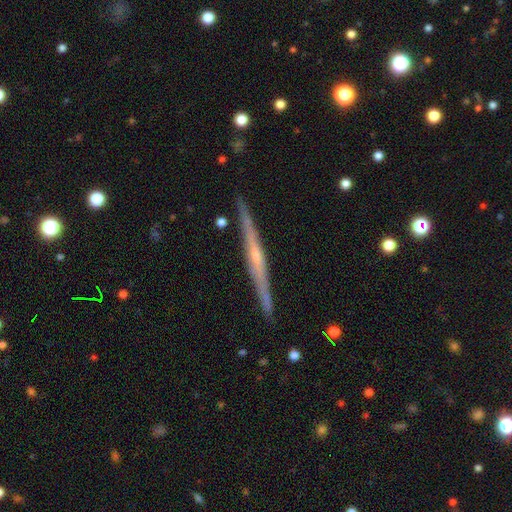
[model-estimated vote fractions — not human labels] smooth-or-featured: featured or disk: 78% | smooth: 16% | star or artifact: 6%
  disk-edge-on: yes: 98% | no: 2%
    edge-on-bulge: rounded: 57% | none: 35% | boxy: 7%
  merging: none: 91% | minor disturbance: 7% | merger: 1% | major disturbance: 1%